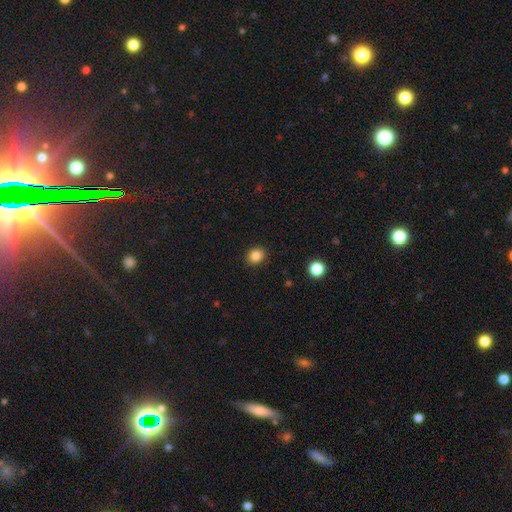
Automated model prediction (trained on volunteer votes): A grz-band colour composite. It shows a smooth galaxy with no disk features (84%) that is round (72%). Merging: none (91%).